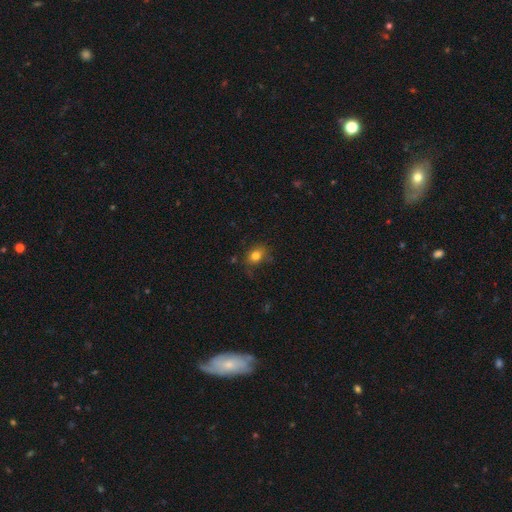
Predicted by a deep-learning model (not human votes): A smooth galaxy with no disk features (80%) that is in between round and cigar-shaped (56%). Merging: none (69%).